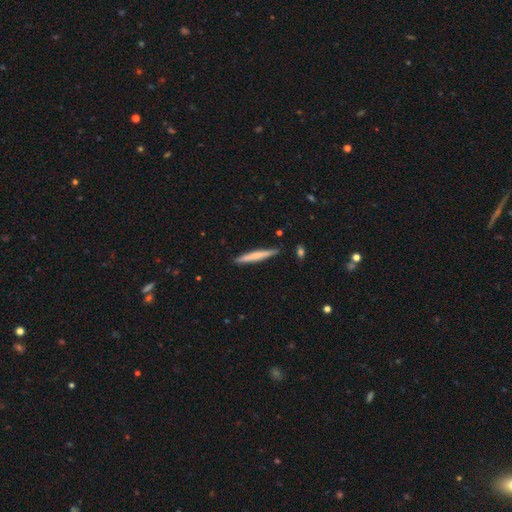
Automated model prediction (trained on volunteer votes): Smooth or featured? smooth (63%)
How rounded? cigar-shaped (96%)
Merging? none (87%)